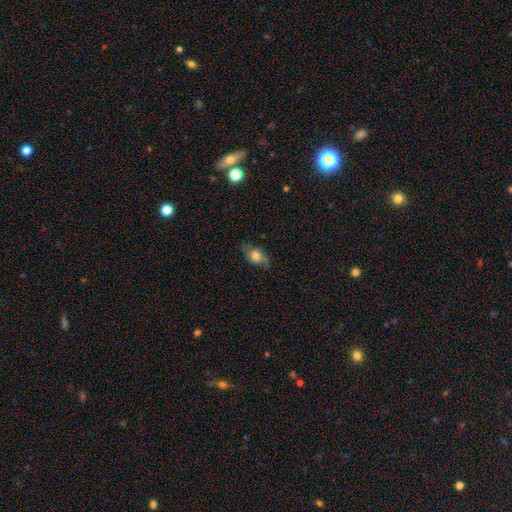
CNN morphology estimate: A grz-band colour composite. It shows a smooth galaxy with no disk features (52%) that is in between round and cigar-shaped (77%). Merging: none (68%).